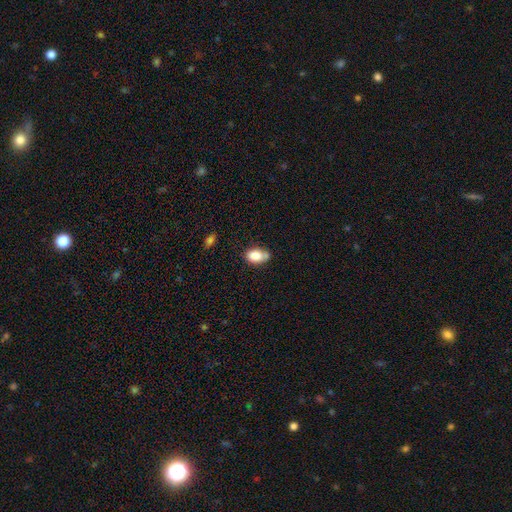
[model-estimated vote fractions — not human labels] Smooth or featured? smooth (84%)
How rounded? in between (82%)
Merging? none (53%)